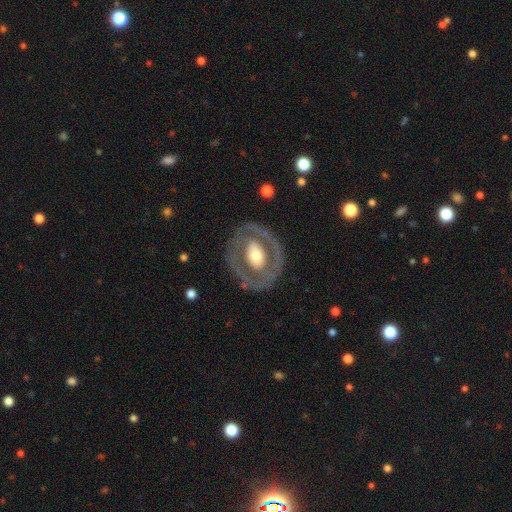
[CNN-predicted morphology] A featured or disk galaxy (63%) with no bar (69%), no spiral arms (80%) and a moderate central bulge (60%). Merging: none (78%).